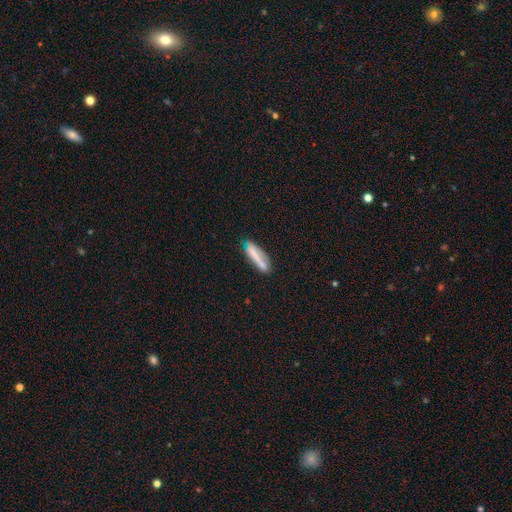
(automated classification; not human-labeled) Q: Smooth or featured?
A: smooth (65%); runner-up: featured or disk (27%)
Q: How rounded?
A: cigar-shaped (79%); runner-up: in between (19%)
Q: Merging?
A: none (66%); runner-up: minor disturbance (21%)